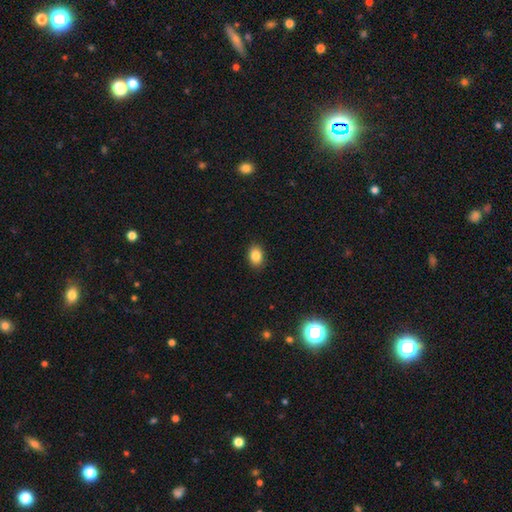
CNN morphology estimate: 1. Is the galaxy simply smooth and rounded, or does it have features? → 85% smooth, 9% star or artifact, 6% featured or disk.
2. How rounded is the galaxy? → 71% in between, 27% round, 1% cigar-shaped.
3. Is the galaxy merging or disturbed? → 90% none, 7% minor disturbance, 2% major disturbance, 1% merger.